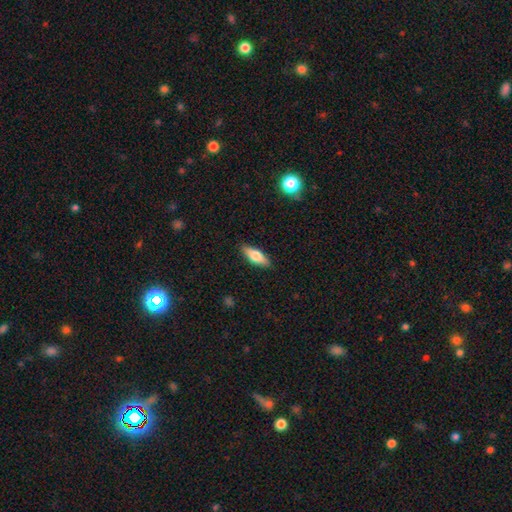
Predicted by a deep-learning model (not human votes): Smooth or featured? Predicted: smooth (p=0.64). How rounded? Predicted: in between (p=0.61). Merging? Predicted: none (p=0.89).